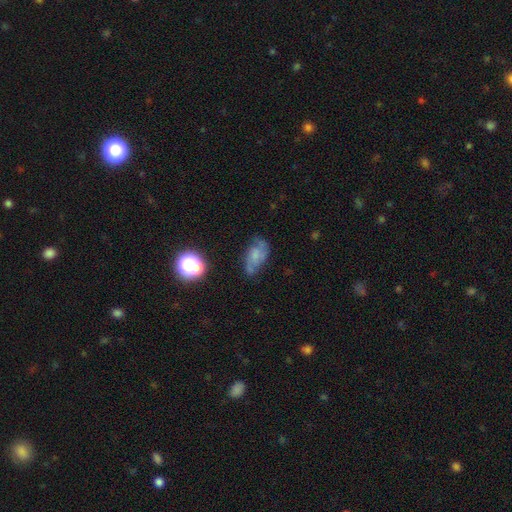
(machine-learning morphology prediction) Smooth or featured?
  - featured or disk: 48% *
  - smooth: 37%
  - star or artifact: 15%
Merging?
  - none: 47% *
  - minor disturbance: 30%
  - major disturbance: 18%
  - merger: 5%